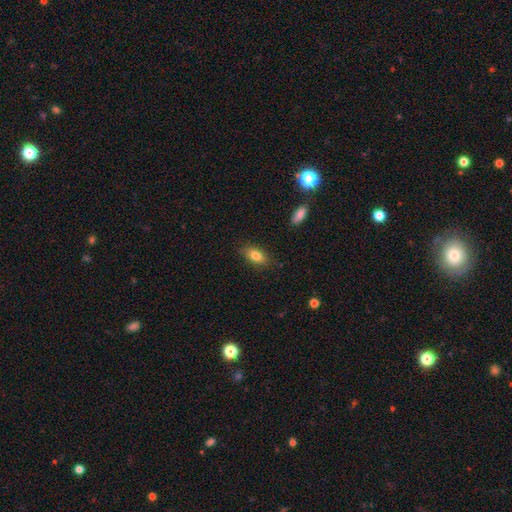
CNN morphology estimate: Q: Smooth or featured?
A: smooth (80%); runner-up: featured or disk (12%)
Q: How rounded?
A: in between (86%); runner-up: cigar-shaped (7%)
Q: Merging?
A: none (83%); runner-up: minor disturbance (13%)